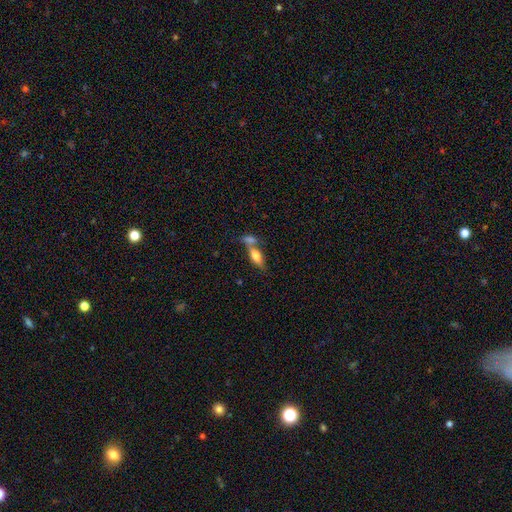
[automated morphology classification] smooth 66%, featured or disk 26%, star or artifact 7%. Down the decision tree: how rounded — in between (71%); merging — merger (47%).